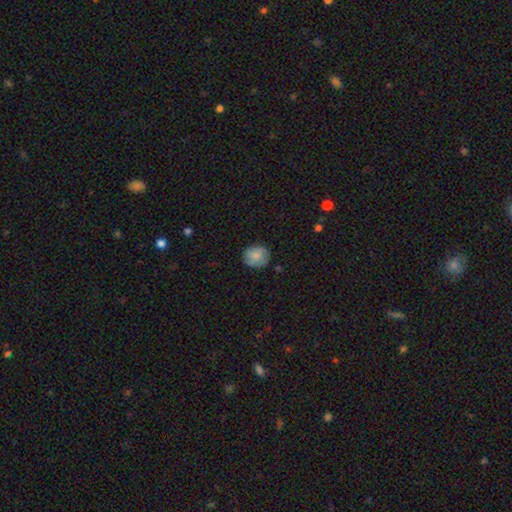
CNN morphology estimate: This is likely a smooth galaxy (73%). How rounded: likely round (76%). Merging: likely none (77%).